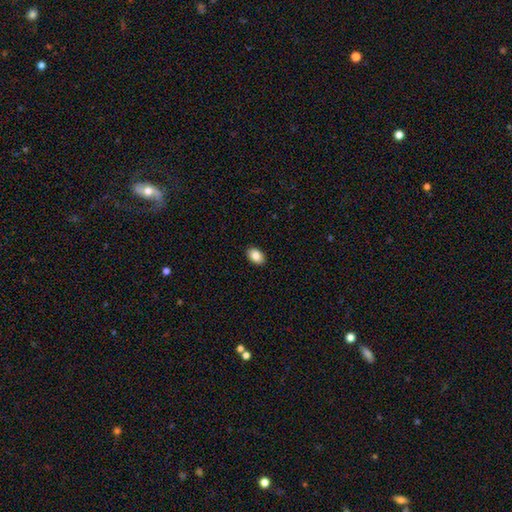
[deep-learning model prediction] smooth 87%, star or artifact 8%, featured or disk 6%. Down the decision tree: how rounded — in between (89%); merging — none (91%).